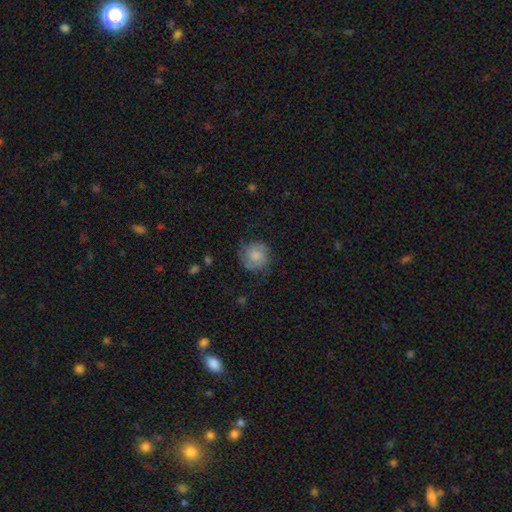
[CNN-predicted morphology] smooth-or-featured: smooth: 56% | featured or disk: 36% | star or artifact: 8%
  how-rounded: round: 87% | in between: 12% | cigar-shaped: 1%
  merging: none: 68% | minor disturbance: 21% | major disturbance: 9% | merger: 1%